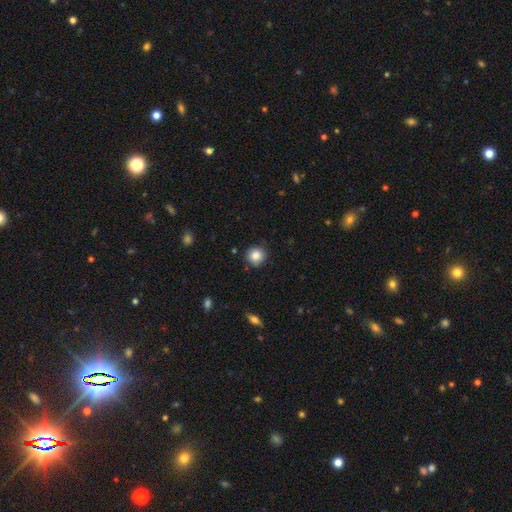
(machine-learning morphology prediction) smooth-or-featured: smooth: 85% | star or artifact: 9% | featured or disk: 5%
  how-rounded: round: 91% | in between: 8% | cigar-shaped: 1%
  merging: none: 85% | minor disturbance: 11% | major disturbance: 2% | merger: 2%